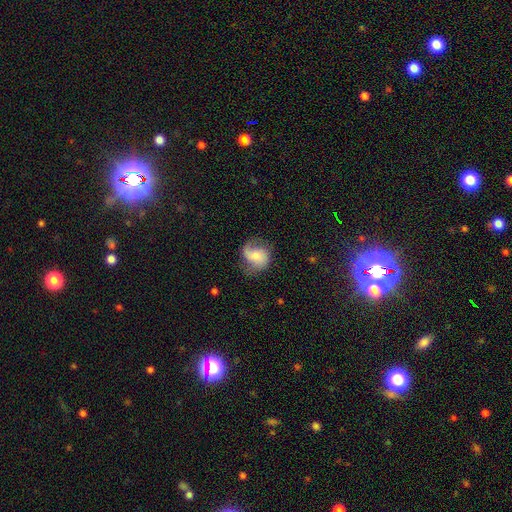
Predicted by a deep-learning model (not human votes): Overall: featured or disk (56%; smooth 37%). Edge-on disk: no (97%). Bar: no (62%; weak 31%). Spiral arms: yes (89%). Bulge size: moderate (44%; small 40%). Merging: none (58%; minor disturbance 25%).